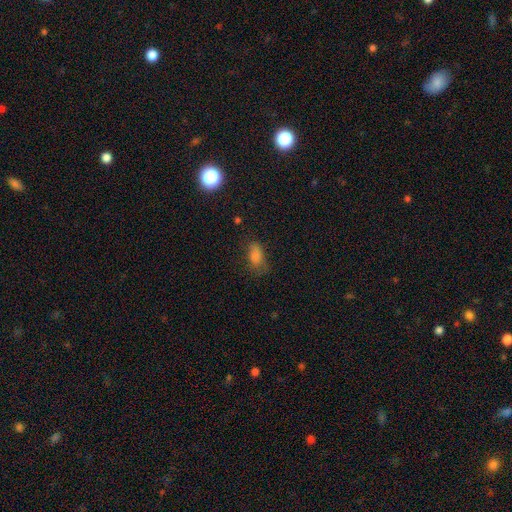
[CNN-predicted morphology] The model was most divided on "merging": none: 54%, minor disturbance: 28%, major disturbance: 16%, merger: 2%. More confident: how rounded — in between (89%); smooth or featured — smooth (80%).